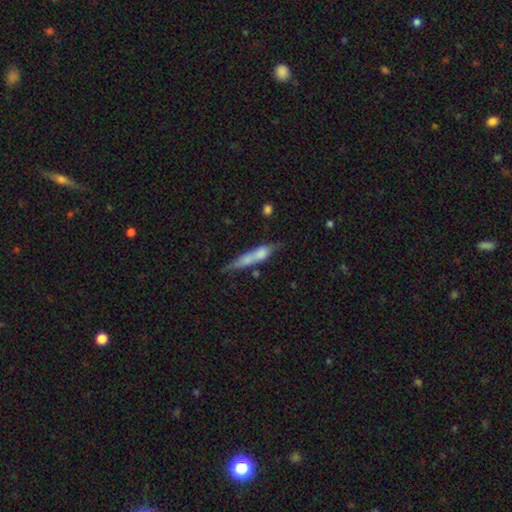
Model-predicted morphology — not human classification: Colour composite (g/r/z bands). It shows a smooth galaxy with no disk features (54%) that is cigar-shaped (83%). Merging: none (50%).